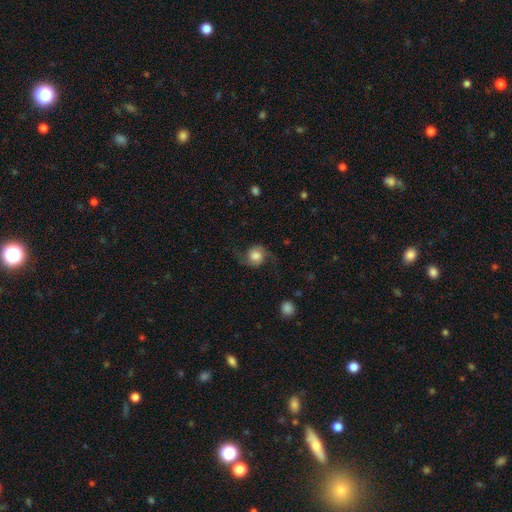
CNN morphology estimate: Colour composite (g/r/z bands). It shows a featured or disk galaxy (60%) with no bar (71%), 2 (93%) loose (67%) spiral arms (95%) and a large central bulge (41%). Merging: none (71%).